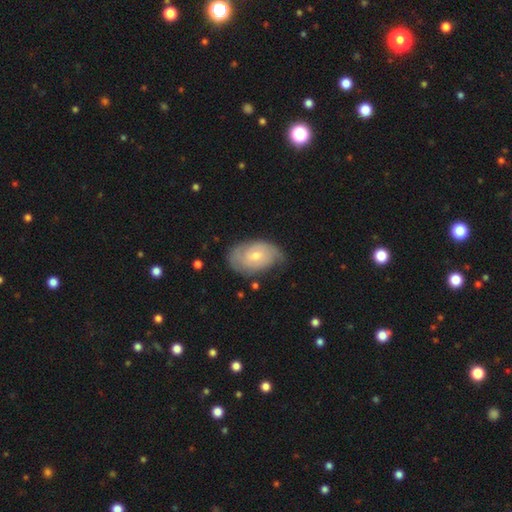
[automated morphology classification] A featured or disk galaxy (62%) with no bar (67%), spiral arms (81%) and a small central bulge (54%). Merging: none (67%).